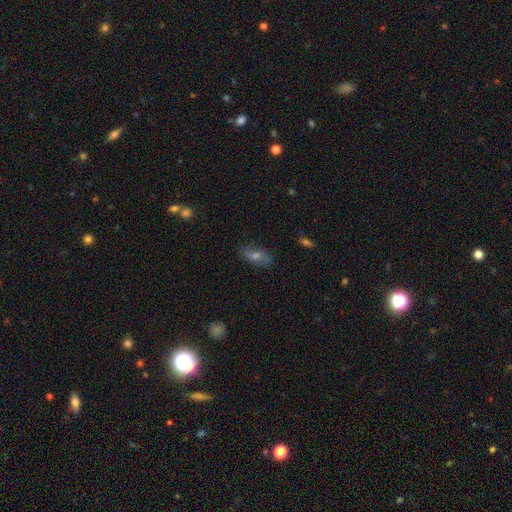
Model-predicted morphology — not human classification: type=featured or disk (43%); merging=none (80%).